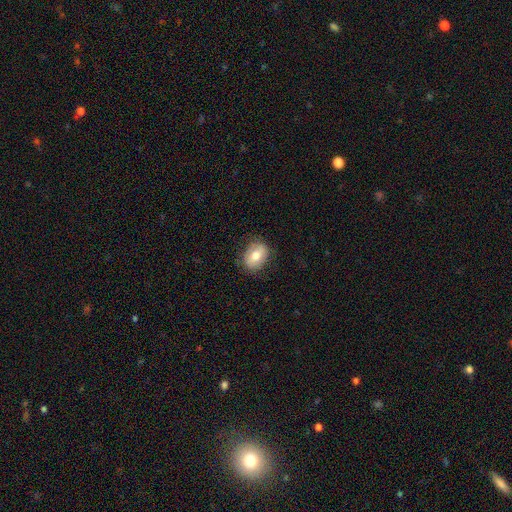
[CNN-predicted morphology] Smooth or featured? Predicted: smooth (p=0.73). How rounded? Predicted: in between (p=0.66). Merging? Predicted: none (p=0.80).